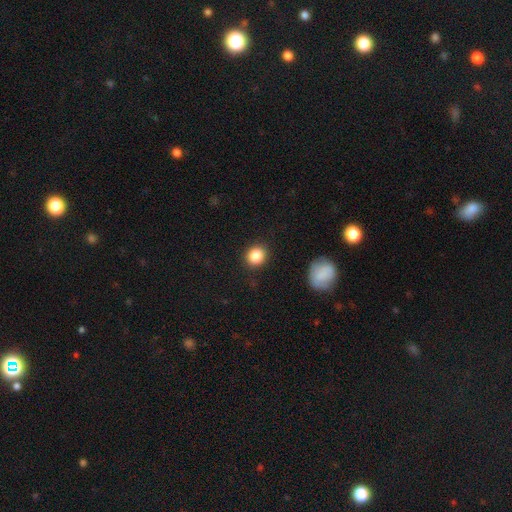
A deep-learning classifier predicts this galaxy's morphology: The model was most divided on "how rounded": round: 81%, in between: 18%, cigar-shaped: 1%. More confident: merging — none (89%); smooth or featured — smooth (86%).